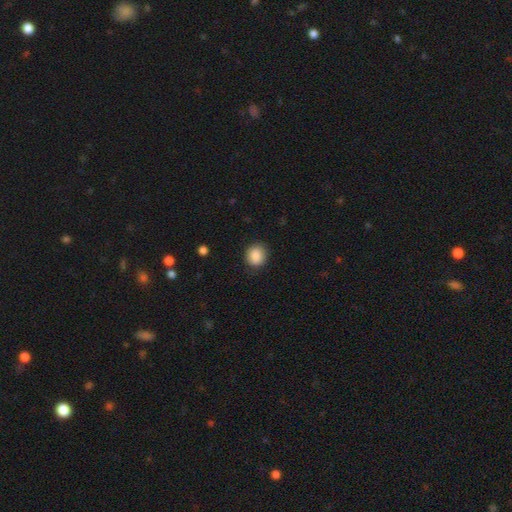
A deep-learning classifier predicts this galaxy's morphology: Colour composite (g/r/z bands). It shows a smooth galaxy with no disk features (88%) that is round (78%). Merging: none (86%).